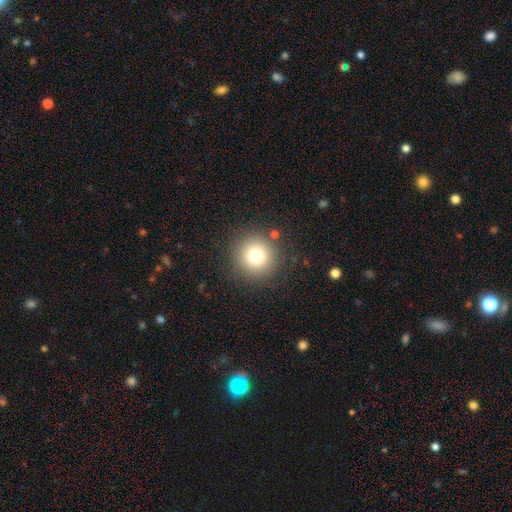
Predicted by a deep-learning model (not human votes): Smooth or featured? Predicted: smooth (p=0.77). How rounded? Predicted: round (p=0.95). Merging? Predicted: none (p=0.87).